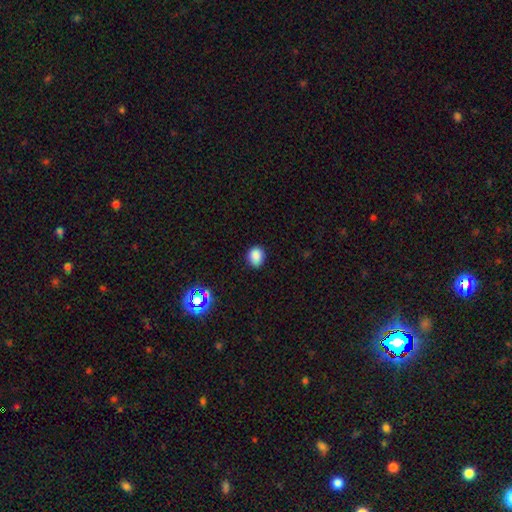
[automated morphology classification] Smooth or featured: smooth — 86% (star or artifact — 11%)
How rounded: round — 59% (in between — 40%)
Merging: none — 85% (minor disturbance — 11%)